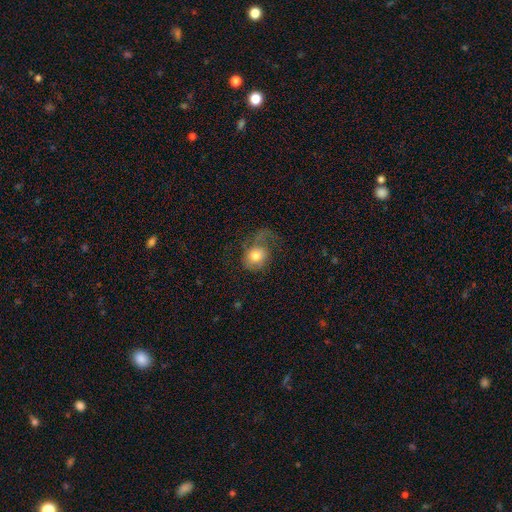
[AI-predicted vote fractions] Morphology: type=smooth (58%); roundness=round (57%); merging=major disturbance (47%).